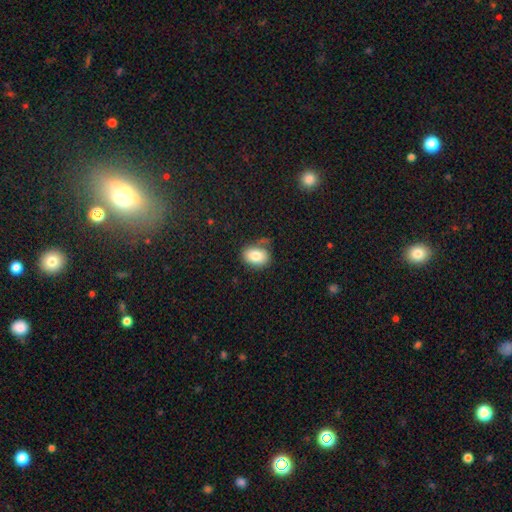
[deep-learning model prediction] smooth_or_featured: smooth (p=0.83) [alt: featured or disk p=0.09]
how_rounded: in between (p=0.79) [alt: round p=0.20]
merging: none (p=0.66) [alt: minor disturbance p=0.20]